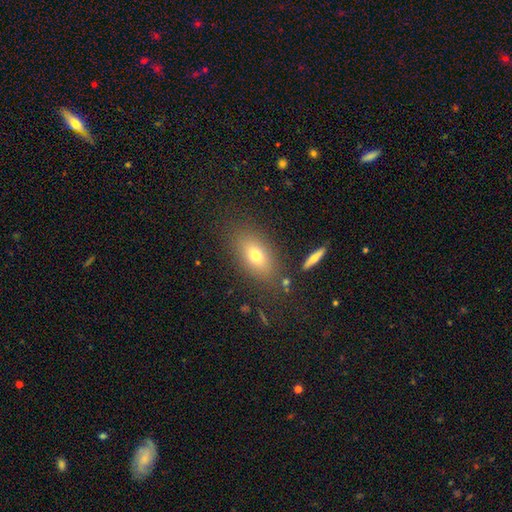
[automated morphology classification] This is likely a smooth galaxy (71%). How rounded: clearly in between (82%). Merging: likely none (80%).